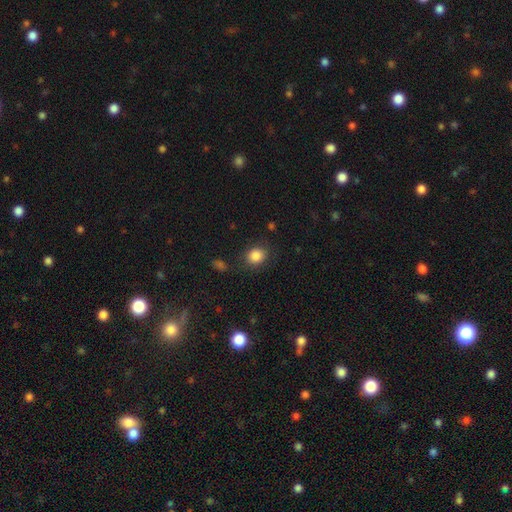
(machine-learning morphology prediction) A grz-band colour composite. It shows a smooth galaxy with no disk features (86%) that is round (66%). Merging: none (80%).